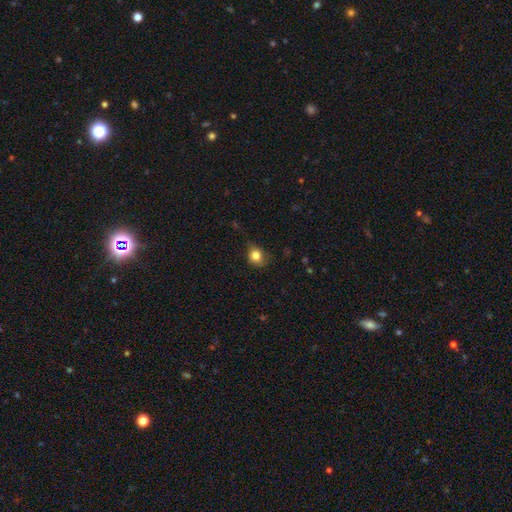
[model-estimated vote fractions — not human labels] A smooth galaxy with no disk features (82%) that is round (70%). Merging: none (63%).